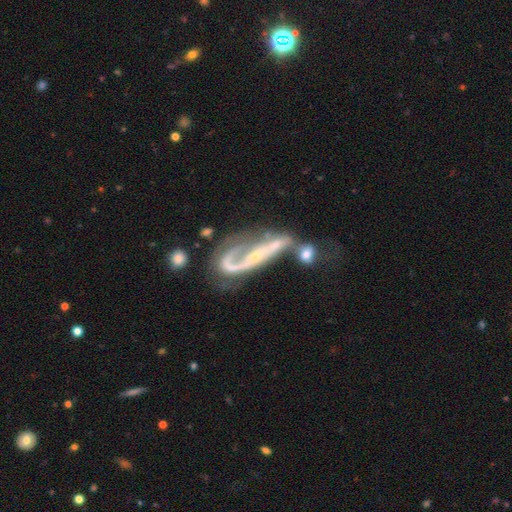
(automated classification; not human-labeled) Q: Smooth or featured?
A: featured or disk (80%); runner-up: smooth (13%)
Q: Edge-on disk?
A: no (80%); runner-up: yes (20%)
Q: Bar?
A: no (45%); runner-up: strong (30%)
Q: Spiral arms?
A: yes (76%); runner-up: no (24%)
Q: Bulge size?
A: small (64%); runner-up: moderate (22%)
Q: Merging?
A: merger (46%); runner-up: major disturbance (24%)